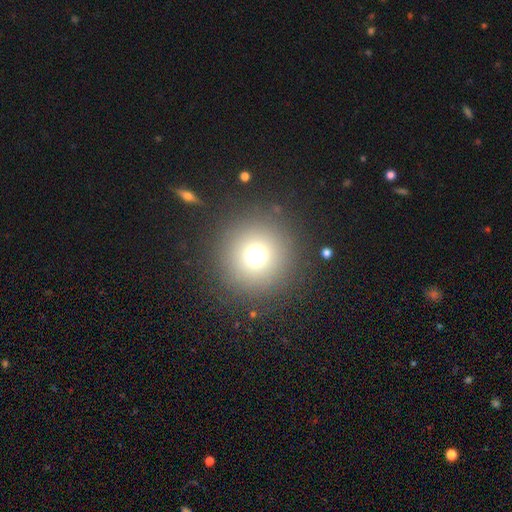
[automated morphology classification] Smooth or featured: smooth — 69% (star or artifact — 23%)
How rounded: round — 96% (in between — 3%)
Merging: none — 89% (minor disturbance — 5%)